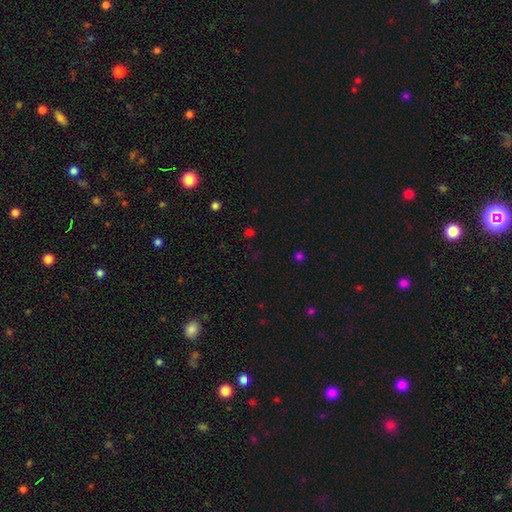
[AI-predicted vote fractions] A star or artifact, not a galaxy (54%).

Vote fractions:
- Smooth or featured? star or artifact: 54% / smooth: 39% / featured or disk: 7%